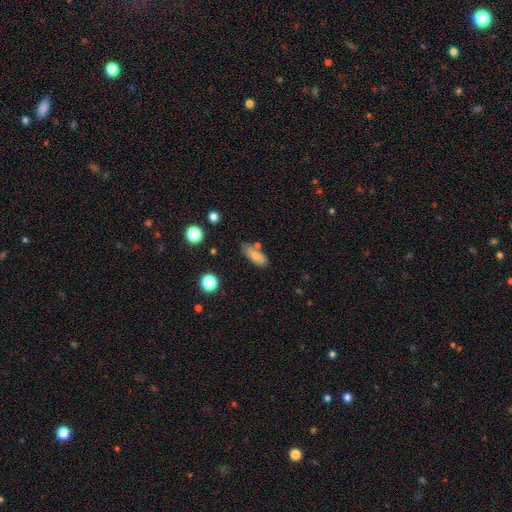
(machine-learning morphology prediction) Smooth or featured? smooth (78%)
How rounded? in between (73%)
Merging? none (62%)